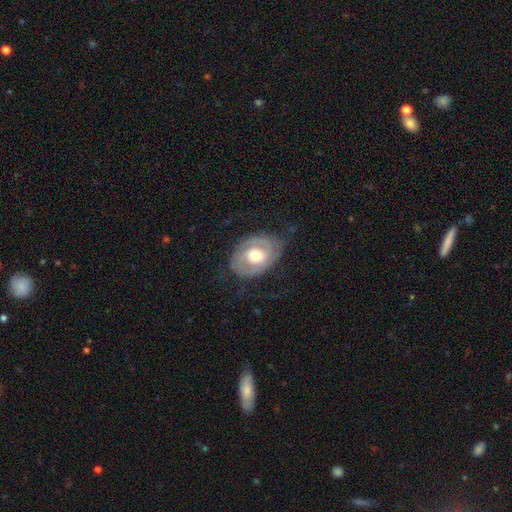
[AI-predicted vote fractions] smooth-or-featured: featured or disk: 73% | smooth: 22% | star or artifact: 5%
  disk-edge-on: no: 96% | yes: 4%
    bar: no: 70% | weak: 24% | strong: 6%
    has-spiral-arms: yes: 79% | no: 21%
      spiral-winding: tight: 56% | medium: 32% | loose: 12%
      spiral-arm-count: 2: 63% | can't tell: 20% | 1: 10% | 3: 4% | 4: 2% | more than 4: 1%
    bulge-size: moderate: 68% | large: 15% | small: 14% | dominant: 1% | none: 1%
  merging: none: 67% | minor disturbance: 20% | major disturbance: 11% | merger: 1%